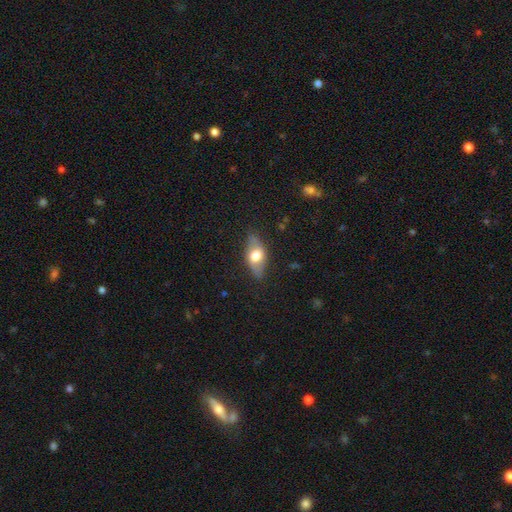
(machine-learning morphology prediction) type=smooth (56%); roundness=in between (82%); merging=none (81%).